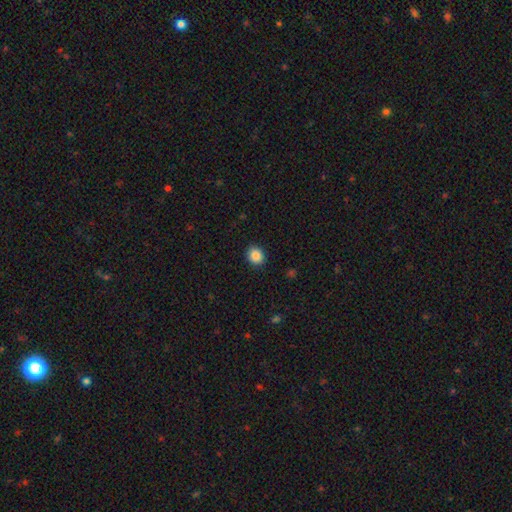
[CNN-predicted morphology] Q: Smooth or featured?
A: smooth (87%); runner-up: star or artifact (9%)
Q: How rounded?
A: round (71%); runner-up: in between (28%)
Q: Merging?
A: none (90%); runner-up: minor disturbance (7%)